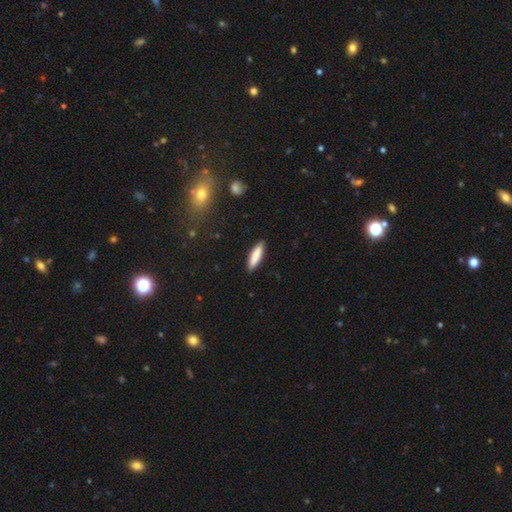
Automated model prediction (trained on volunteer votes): A smooth galaxy with no disk features (83%) that is cigar-shaped (71%).

Vote fractions:
- Smooth or featured? smooth: 83% / featured or disk: 12% / star or artifact: 6%
- How rounded? cigar-shaped: 71% / in between: 28% / round: 1%
- Merging? none: 89% / minor disturbance: 8% / major disturbance: 2% / merger: 1%